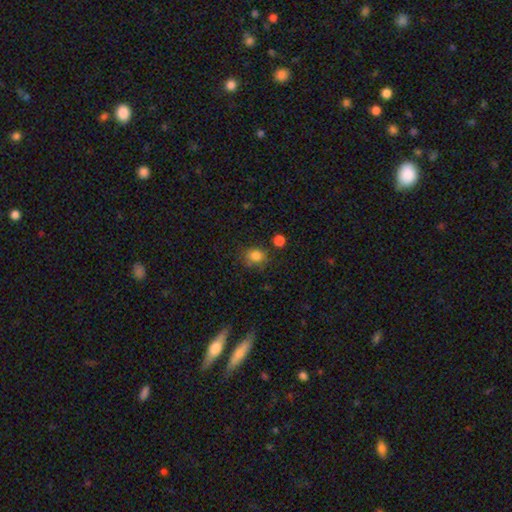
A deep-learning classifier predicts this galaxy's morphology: Overall: smooth (82%). How rounded: round (61%; in between 38%). Merging: none (71%).